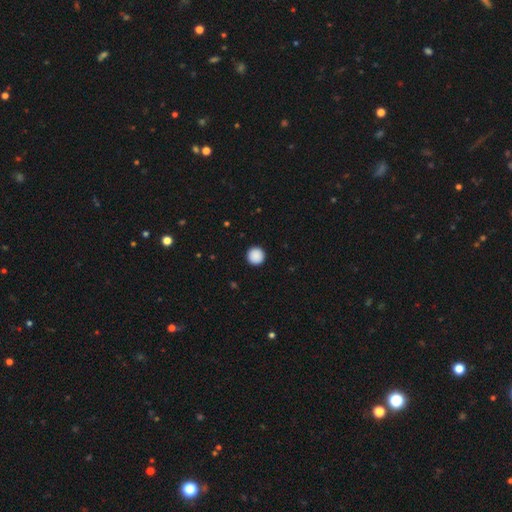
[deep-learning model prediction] Morphology: type=smooth (90%); roundness=round (96%); merging=none (93%).